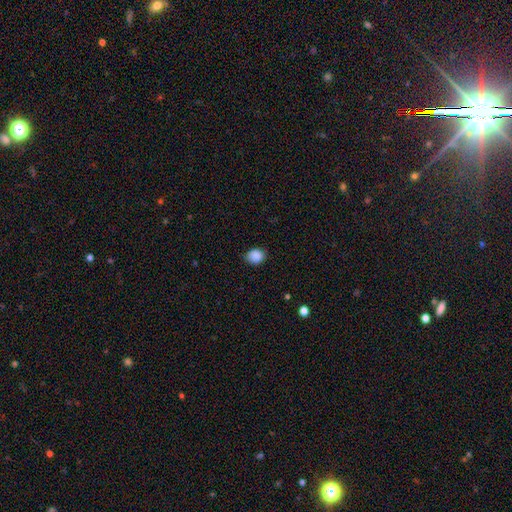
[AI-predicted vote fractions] smooth_or_featured: smooth (p=0.88) [alt: star or artifact p=0.09]
how_rounded: round (p=0.56) [alt: in between p=0.43]
merging: none (p=0.78) [alt: minor disturbance p=0.18]